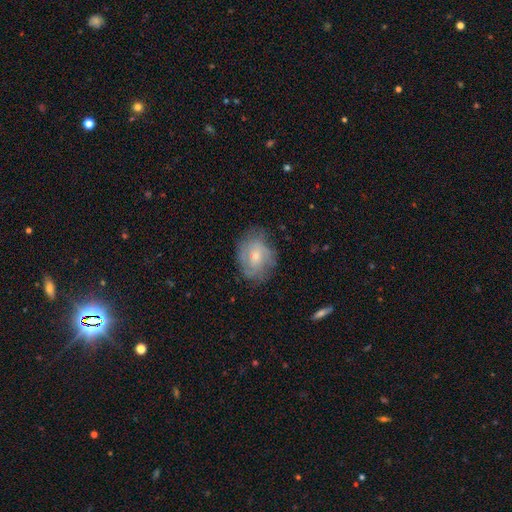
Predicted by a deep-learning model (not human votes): Overall: featured or disk (56%; smooth 37%). Edge-on disk: no (96%). Bar: no (59%; weak 35%). Spiral arms: yes (74%). Bulge size: small (46%; moderate 43%). Merging: none (65%).